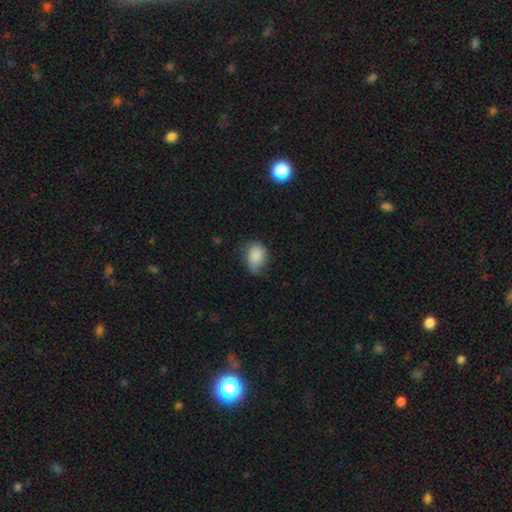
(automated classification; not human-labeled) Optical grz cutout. It shows a smooth galaxy with no disk features (86%) that is in between round and cigar-shaped (69%). Merging: none (53%).